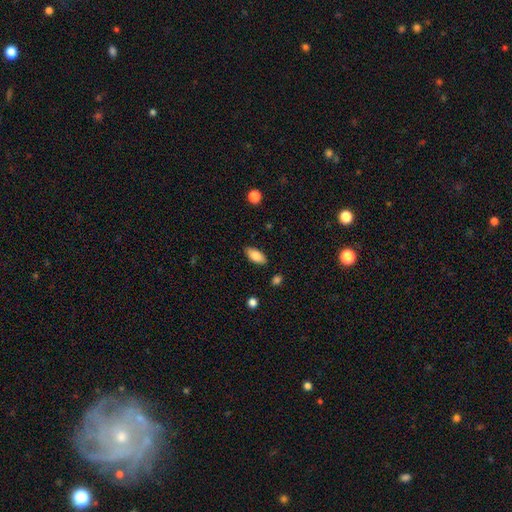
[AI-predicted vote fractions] The model was most divided on "smooth or featured": smooth: 83%, featured or disk: 10%, star or artifact: 7%. More confident: how rounded — in between (91%); merging — none (86%).